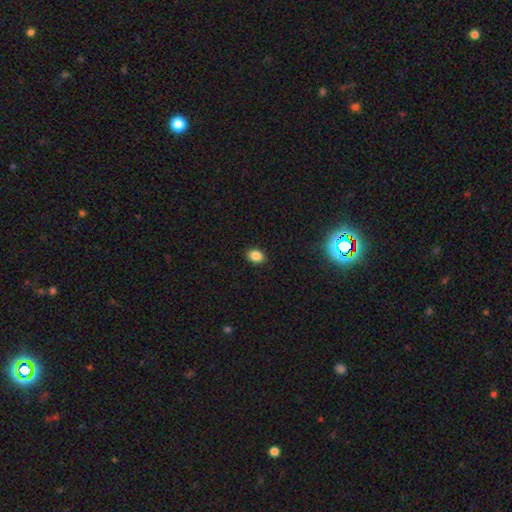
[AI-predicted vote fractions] A smooth galaxy with no disk features (85%) that is in between round and cigar-shaped (72%).

Vote fractions:
- Smooth or featured? smooth: 85% / star or artifact: 11% / featured or disk: 4%
- How rounded? in between: 72% / round: 27% / cigar-shaped: 1%
- Merging? none: 89% / minor disturbance: 8% / major disturbance: 2% / merger: 1%